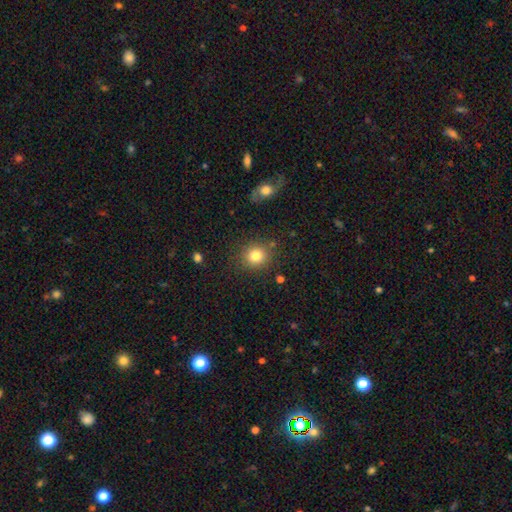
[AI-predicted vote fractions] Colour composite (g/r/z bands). It shows a smooth galaxy with no disk features (82%) that is round (85%). Merging: none (85%).